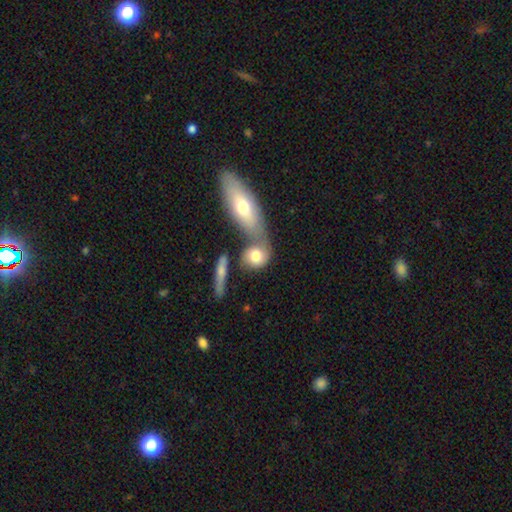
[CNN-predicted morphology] type=smooth (70%); roundness=round (57%); merging=merger (47%).